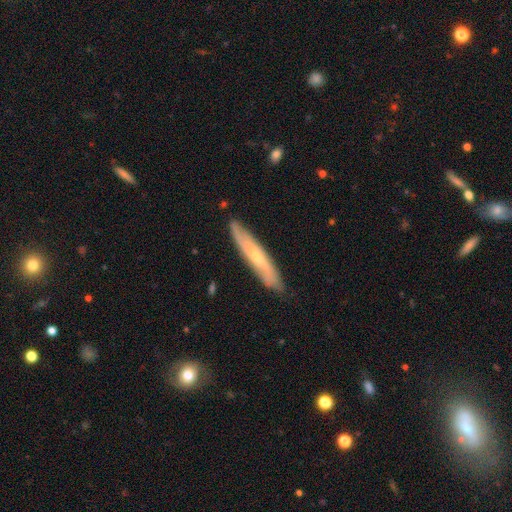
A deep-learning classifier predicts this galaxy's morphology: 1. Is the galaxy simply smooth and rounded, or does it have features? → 51% featured or disk, 43% smooth, 6% star or artifact.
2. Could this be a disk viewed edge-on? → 64% yes, 36% no.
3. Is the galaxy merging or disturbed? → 82% none, 14% minor disturbance, 2% major disturbance, 1% merger.